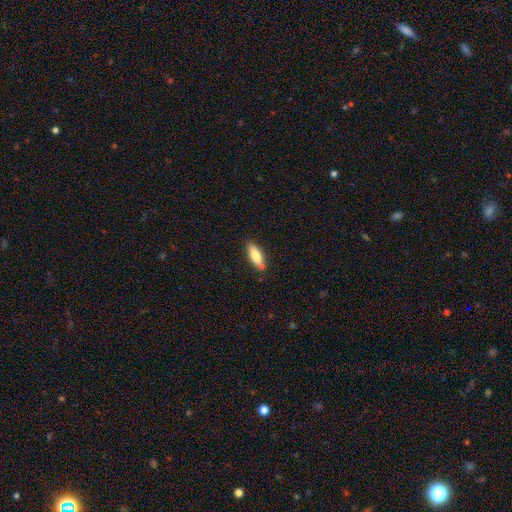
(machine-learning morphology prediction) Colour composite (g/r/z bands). It shows a smooth galaxy with no disk features (77%) that is in between round and cigar-shaped (56%). Merging: none (79%).